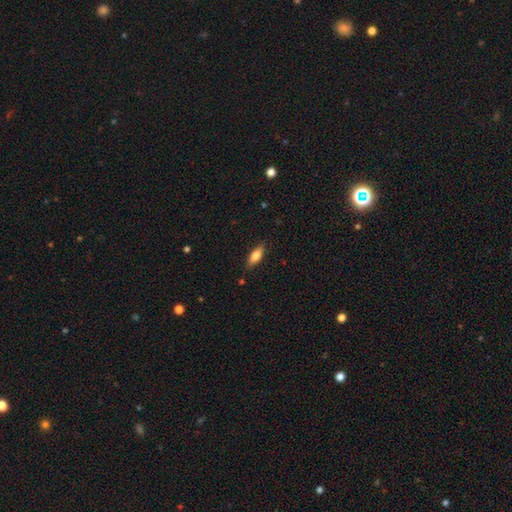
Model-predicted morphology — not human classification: Overall: smooth (76%). How rounded: in between (67%; cigar-shaped 31%). Merging: none (85%).